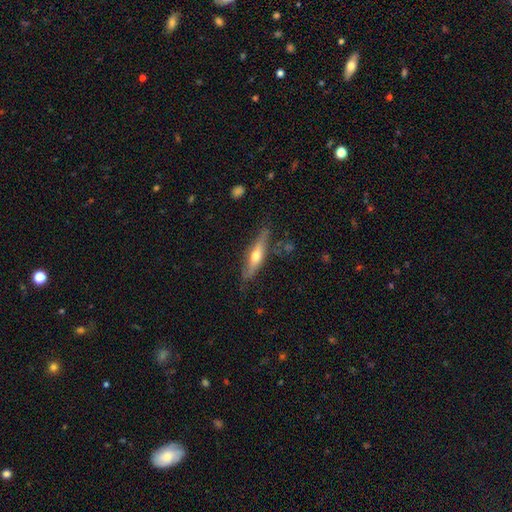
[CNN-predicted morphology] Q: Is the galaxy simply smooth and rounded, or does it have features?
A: featured or disk — 53%.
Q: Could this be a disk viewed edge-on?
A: yes — 86%.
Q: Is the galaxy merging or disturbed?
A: none — 77%.